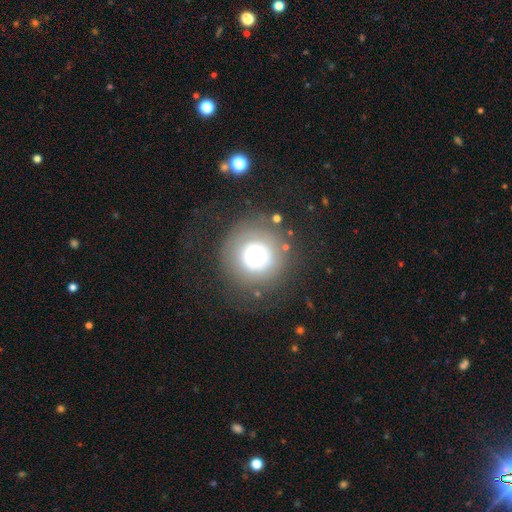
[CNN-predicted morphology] smooth_or_featured: smooth (p=0.58) [alt: featured or disk p=0.25]
how_rounded: round (p=0.96) [alt: in between p=0.03]
merging: none (p=0.79) [alt: minor disturbance p=0.11]